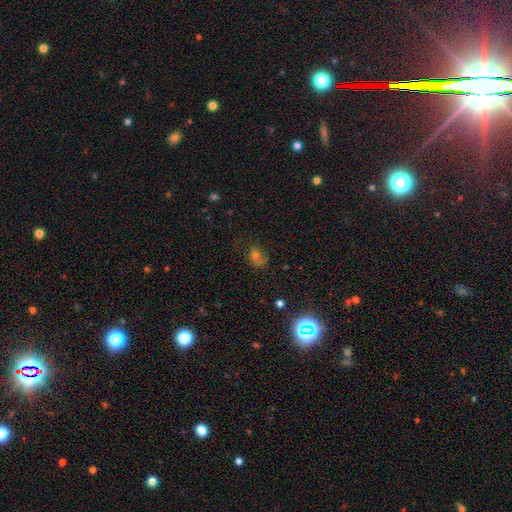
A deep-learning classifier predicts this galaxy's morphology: Smooth or featured? Predicted: smooth (p=0.45). Merging? Predicted: none (p=0.55).